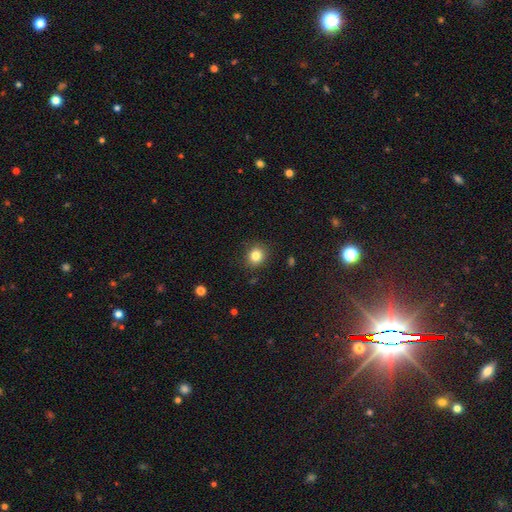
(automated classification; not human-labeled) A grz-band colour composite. It shows a smooth galaxy with no disk features (83%) that is round (78%). Merging: none (87%).